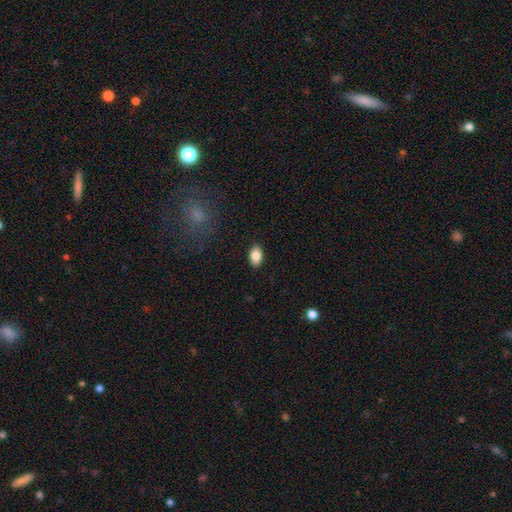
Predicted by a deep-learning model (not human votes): A smooth galaxy with no disk features (86%) that is in between round and cigar-shaped (91%). Merging: none (88%).